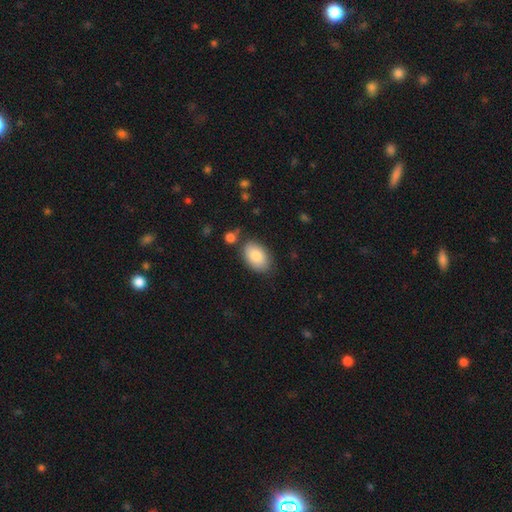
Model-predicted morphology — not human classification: Smooth or featured? smooth (84%)
How rounded? in between (92%)
Merging? none (77%)